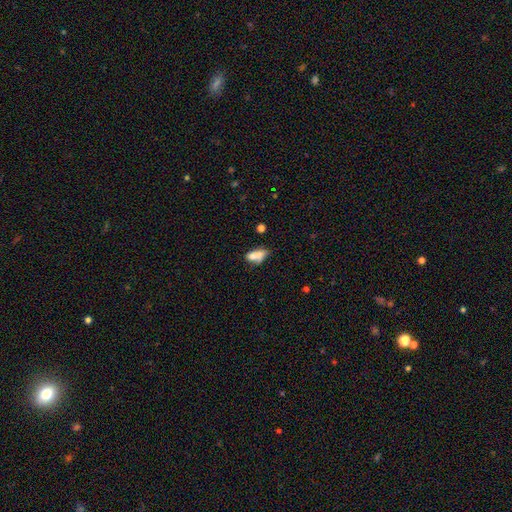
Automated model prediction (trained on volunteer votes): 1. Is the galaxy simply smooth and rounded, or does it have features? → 75% smooth, 15% featured or disk, 10% star or artifact.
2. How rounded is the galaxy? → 74% in between, 22% cigar-shaped, 4% round.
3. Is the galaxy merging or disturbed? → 42% none, 31% minor disturbance, 14% major disturbance, 13% merger.